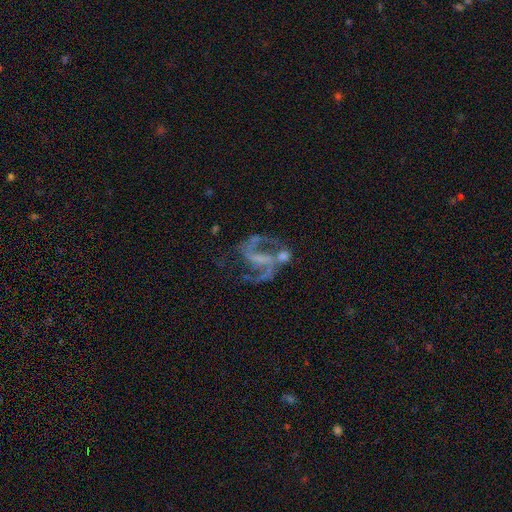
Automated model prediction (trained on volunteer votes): Q: Smooth or featured?
A: featured or disk (86%); runner-up: star or artifact (9%)
Q: Edge-on disk?
A: no (98%); runner-up: yes (2%)
Q: Bar?
A: weak (39%); runner-up: strong (38%)
Q: Spiral arms?
A: yes (94%); runner-up: no (6%)
Q: Spiral winding?
A: loose (48%); runner-up: medium (43%)
Q: Spiral arm count?
A: 2 (88%); runner-up: 1 (3%)
Q: Bulge size?
A: none (57%); runner-up: small (26%)
Q: Merging?
A: none (48%); runner-up: major disturbance (22%)